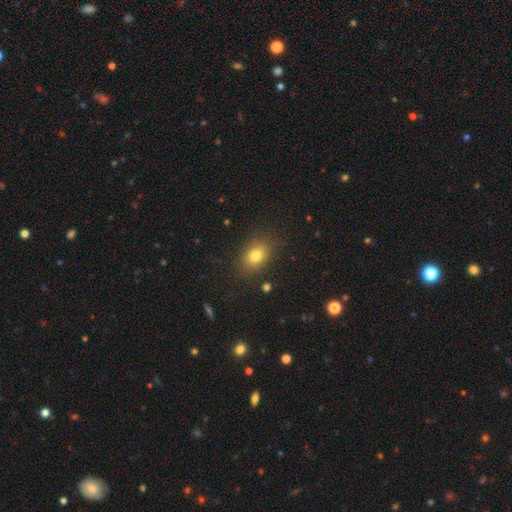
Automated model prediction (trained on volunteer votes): Smooth or featured?
  - smooth: 78% *
  - star or artifact: 11%
  - featured or disk: 10%
How rounded?
  - in between: 71% *
  - round: 28%
  - cigar-shaped: 2%
Merging?
  - none: 83% *
  - minor disturbance: 12%
  - major disturbance: 4%
  - merger: 2%